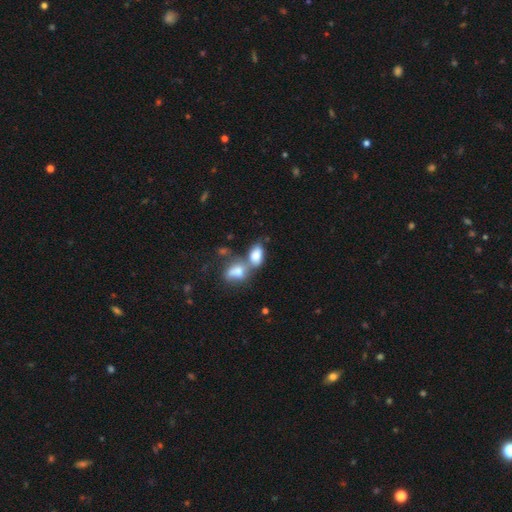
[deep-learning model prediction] Smooth or featured? Predicted: smooth (p=0.78). How rounded? Predicted: in between (p=0.89). Merging? Predicted: merger (p=0.61).